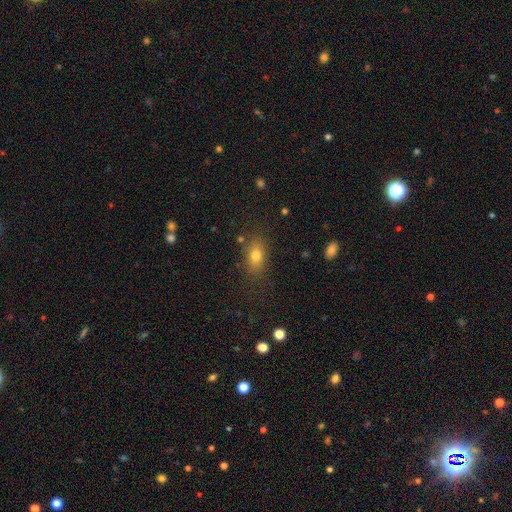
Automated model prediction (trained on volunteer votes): A smooth galaxy with no disk features (75%) that is in between round and cigar-shaped (77%). Merging: none (79%).